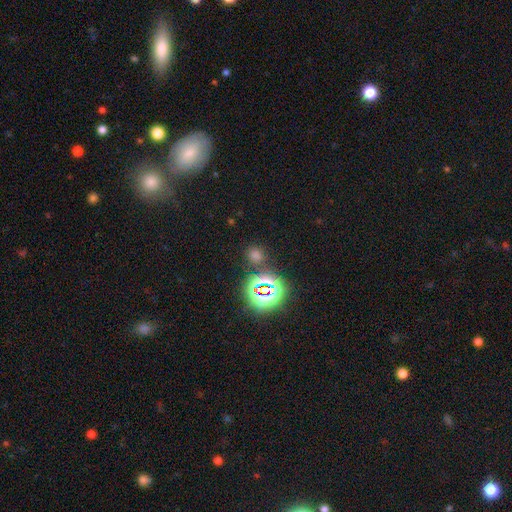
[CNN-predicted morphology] This appears to be a smooth galaxy with no disk features (51%) that is round (83%). Merging: none (82%).